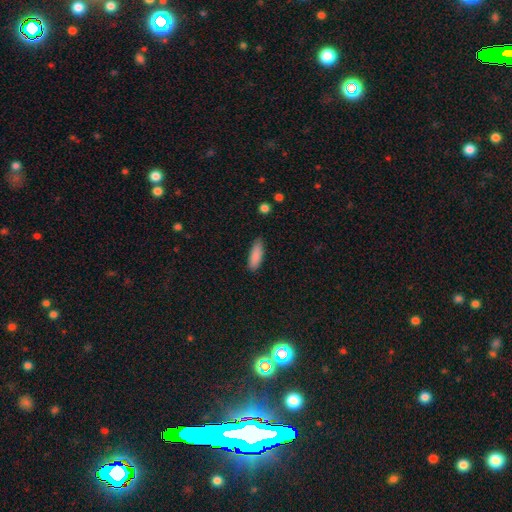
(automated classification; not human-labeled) A smooth galaxy with no disk features (88%) that is in between round and cigar-shaped (58%). Merging: none (81%).